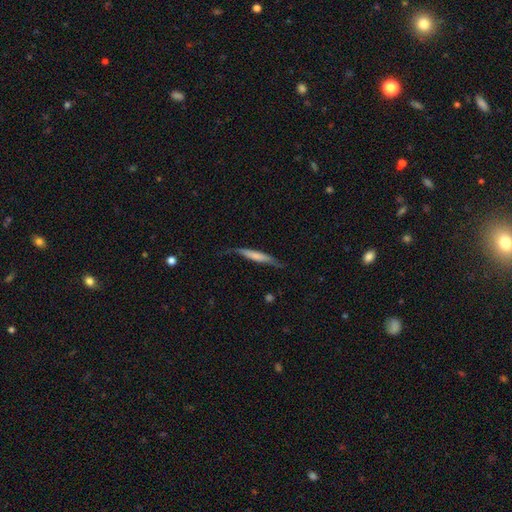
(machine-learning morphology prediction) smooth_or_featured: smooth (p=0.54) [alt: featured or disk p=0.41]
how_rounded: cigar-shaped (p=0.90) [alt: in between p=0.08]
merging: none (p=0.59) [alt: minor disturbance p=0.27]